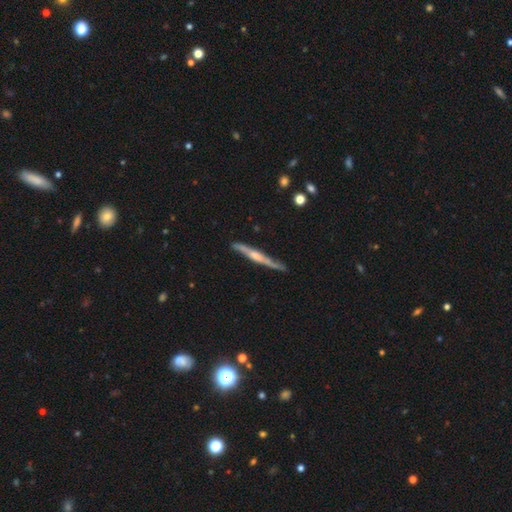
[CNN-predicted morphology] Overall: featured or disk (74%). Edge-on disk: yes (93%). Edge-on bulge: rounded (64%). Merging: none (79%).